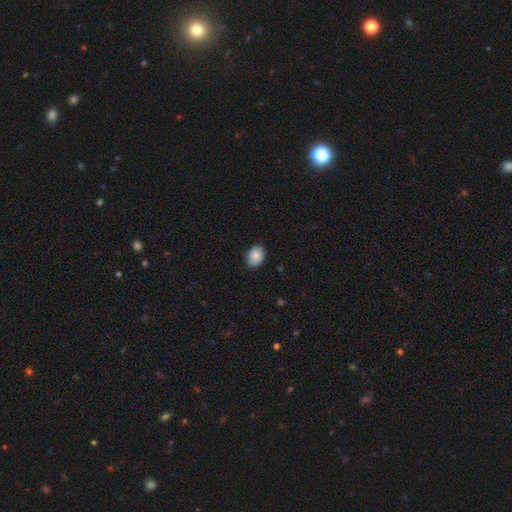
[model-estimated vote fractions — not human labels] smooth_or_featured: smooth (p=0.88) [alt: star or artifact p=0.07]
how_rounded: in between (p=0.75) [alt: round p=0.24]
merging: none (p=0.83) [alt: minor disturbance p=0.14]